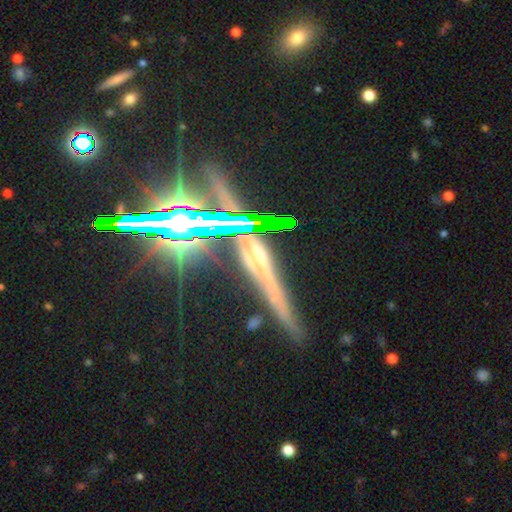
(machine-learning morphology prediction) type=featured or disk (50%); merging=none (67%).